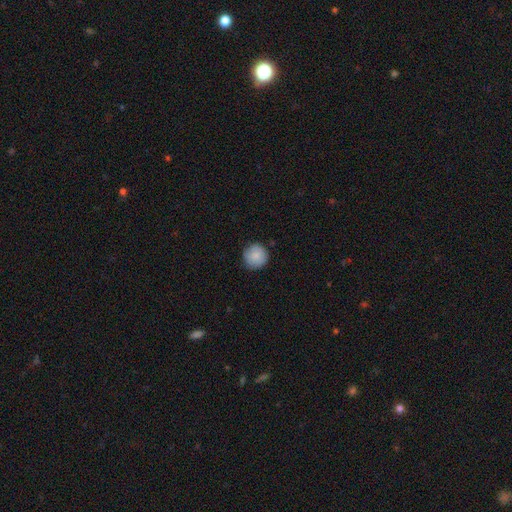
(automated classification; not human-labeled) Smooth or featured? Predicted: smooth (p=0.87). How rounded? Predicted: round (p=0.95). Merging? Predicted: none (p=0.87).